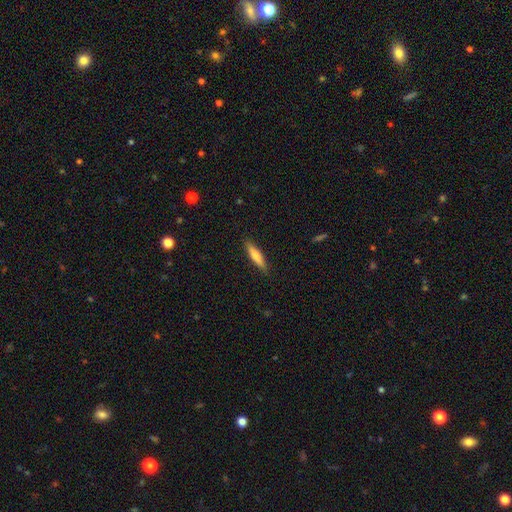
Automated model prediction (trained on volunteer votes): A smooth galaxy with no disk features (73%) that is cigar-shaped (76%). Merging: none (88%).